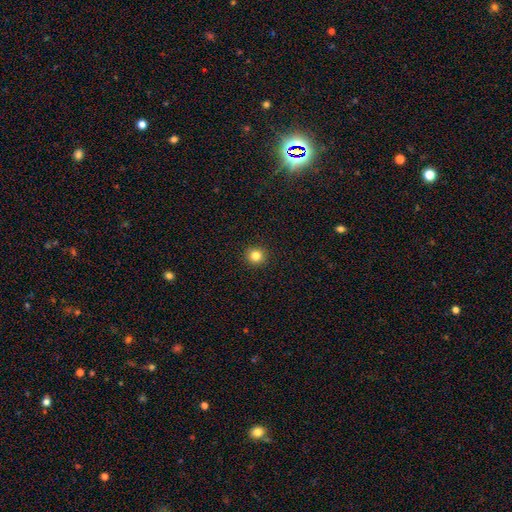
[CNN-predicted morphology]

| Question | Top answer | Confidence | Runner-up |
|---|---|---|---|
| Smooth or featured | smooth | 83% | star or artifact (12%) |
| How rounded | round | 93% | in between (6%) |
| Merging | none | 93% | minor disturbance (4%) |